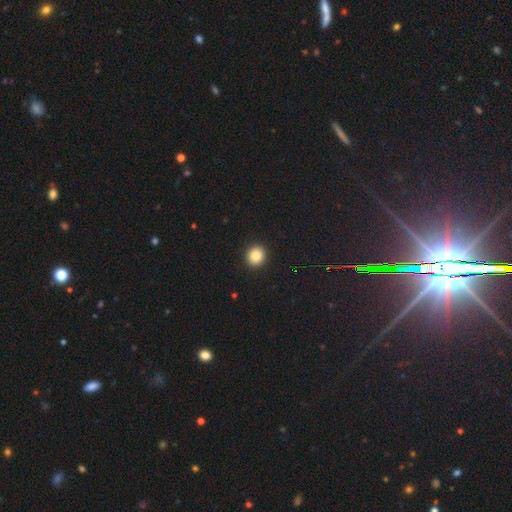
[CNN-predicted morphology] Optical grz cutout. It shows a smooth galaxy with no disk features (84%) that is round (87%). Merging: none (93%).